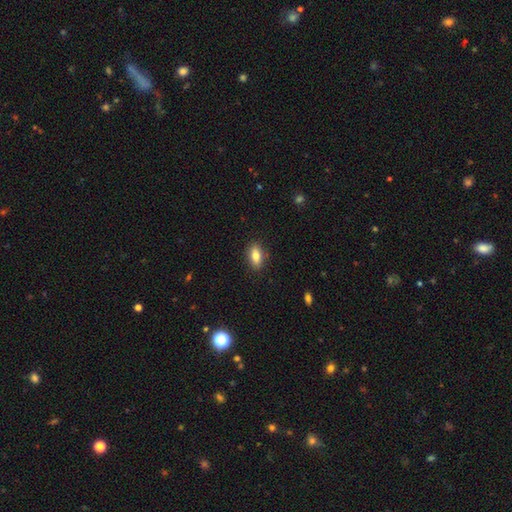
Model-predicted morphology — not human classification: Smooth or featured: smooth — 79% (featured or disk — 14%)
How rounded: in between — 84% (cigar-shaped — 10%)
Merging: none — 87% (minor disturbance — 9%)